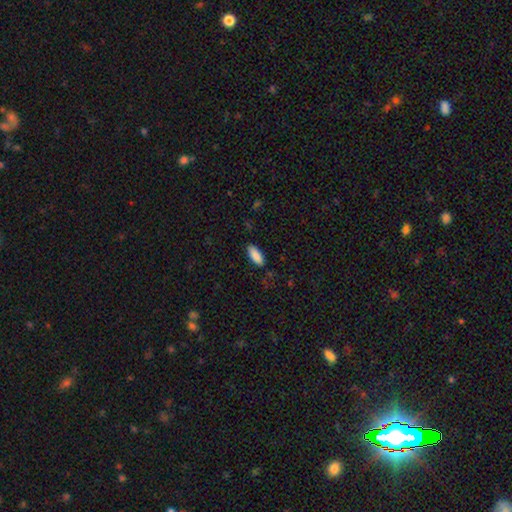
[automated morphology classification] A smooth galaxy with no disk features (90%) that is in between round and cigar-shaped (83%). Merging: none (86%).